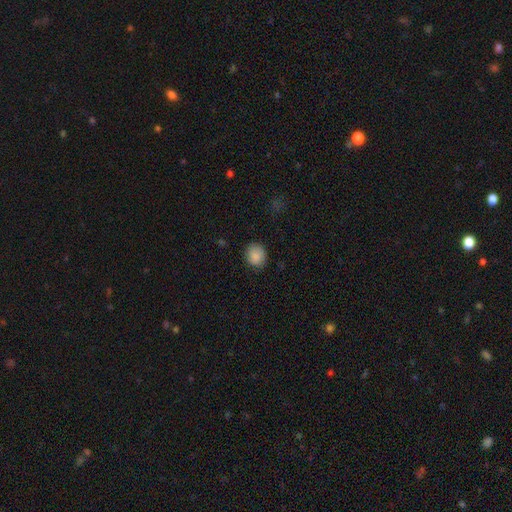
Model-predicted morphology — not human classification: A smooth galaxy with no disk features (88%) that is round (73%).

Vote fractions:
- Smooth or featured? smooth: 88% / star or artifact: 8% / featured or disk: 4%
- How rounded? round: 73% / in between: 26% / cigar-shaped: 1%
- Merging? none: 84% / minor disturbance: 12% / major disturbance: 3% / merger: 1%